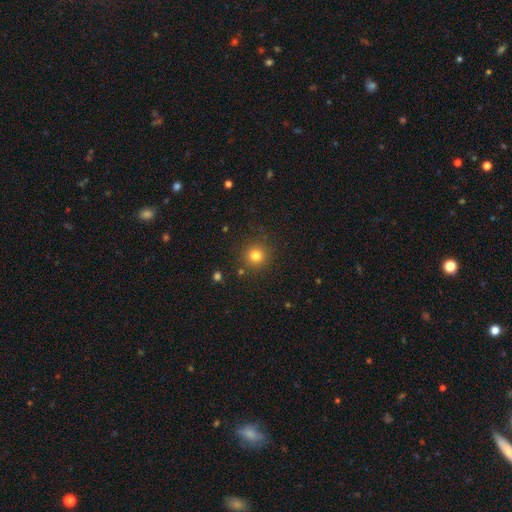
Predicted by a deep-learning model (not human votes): Smooth or featured? smooth (81%)
How rounded? round (94%)
Merging? none (87%)